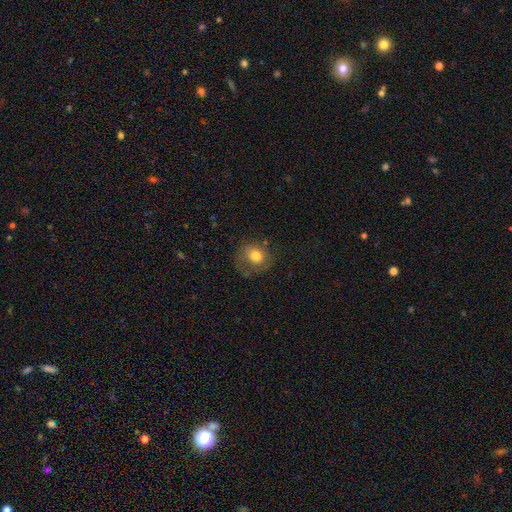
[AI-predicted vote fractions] Smooth or featured?
  - smooth: 76% *
  - featured or disk: 15%
  - star or artifact: 10%
How rounded?
  - round: 71% *
  - in between: 28%
  - cigar-shaped: 1%
Merging?
  - none: 61% *
  - minor disturbance: 23%
  - major disturbance: 13%
  - merger: 3%